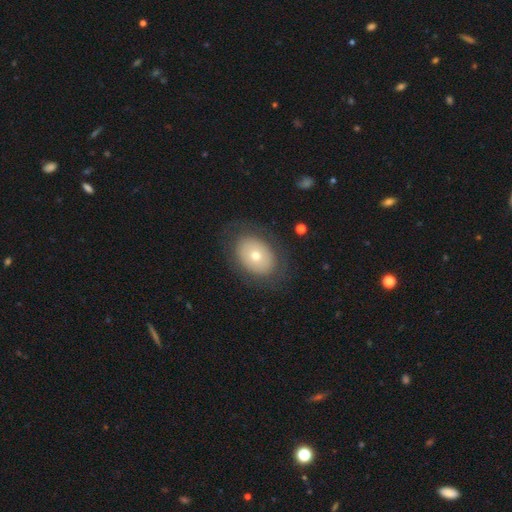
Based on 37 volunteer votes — Q: Smooth or featured?
A: smooth (54%); runner-up: featured or disk (41%)
Q: How rounded?
A: in between (75%); runner-up: round (25%)
Q: Merging?
A: none (83%); runner-up: minor disturbance (9%)